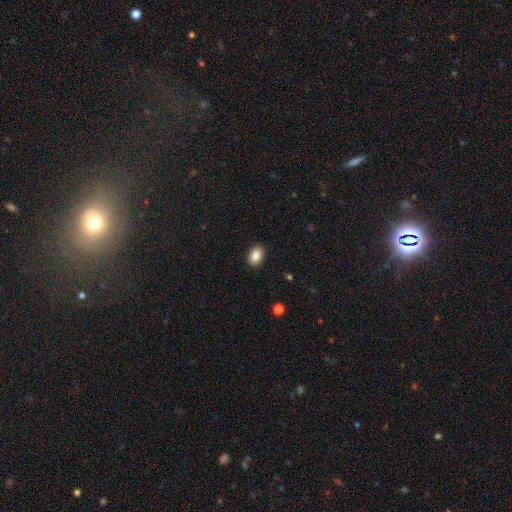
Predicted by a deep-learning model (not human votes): Morphology: type=smooth (86%); roundness=in between (78%); merging=none (90%).